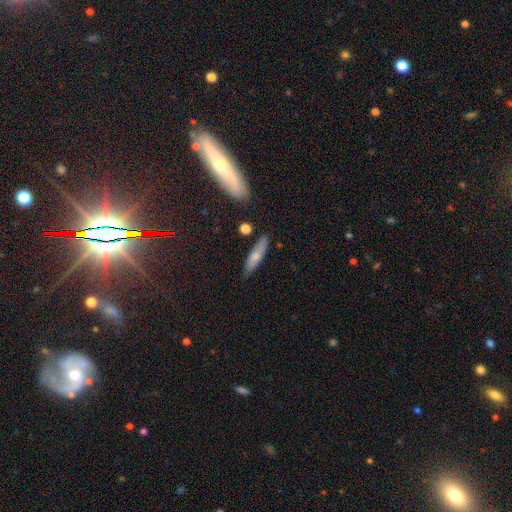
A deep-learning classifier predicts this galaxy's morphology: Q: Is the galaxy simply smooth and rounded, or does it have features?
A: smooth — 70%.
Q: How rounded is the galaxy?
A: cigar-shaped — 74%.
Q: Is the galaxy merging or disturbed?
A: none — 81%.